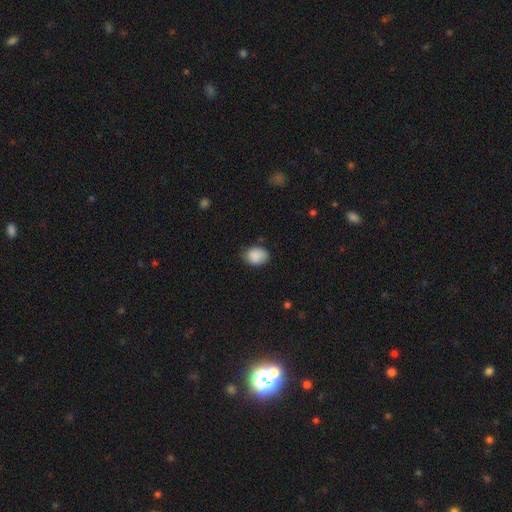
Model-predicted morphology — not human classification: A smooth galaxy with no disk features (87%) that is in between round and cigar-shaped (62%).

Vote fractions:
- Smooth or featured? smooth: 87% / star or artifact: 7% / featured or disk: 6%
- How rounded? in between: 62% / round: 37% / cigar-shaped: 1%
- Merging? none: 70% / minor disturbance: 24% / major disturbance: 5% / merger: 2%